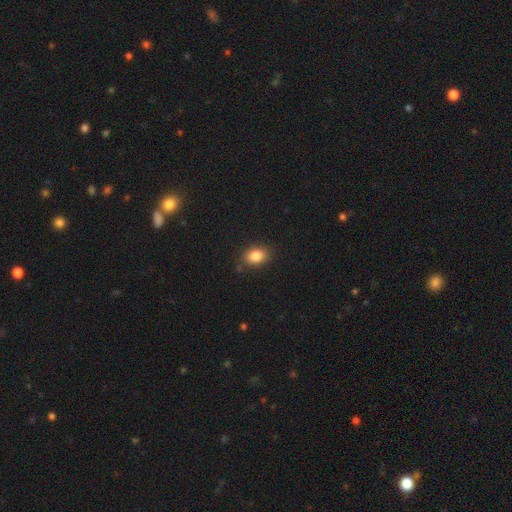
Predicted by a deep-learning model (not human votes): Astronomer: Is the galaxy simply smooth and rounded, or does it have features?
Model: smooth — 85%.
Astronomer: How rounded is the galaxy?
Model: in between — 75%.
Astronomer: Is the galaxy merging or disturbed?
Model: none — 82%.